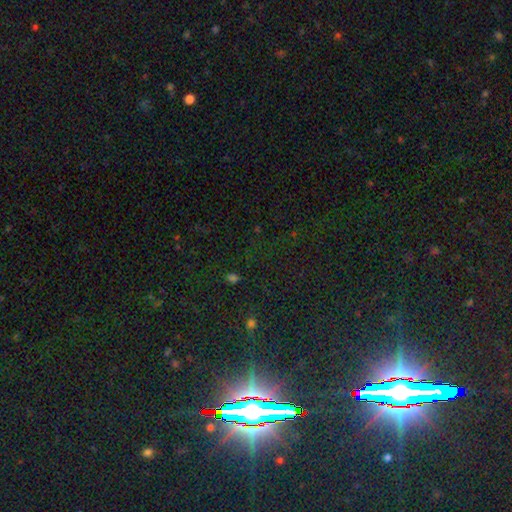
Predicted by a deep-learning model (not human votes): smooth-or-featured: star or artifact: 82% | smooth: 9% | featured or disk: 9%